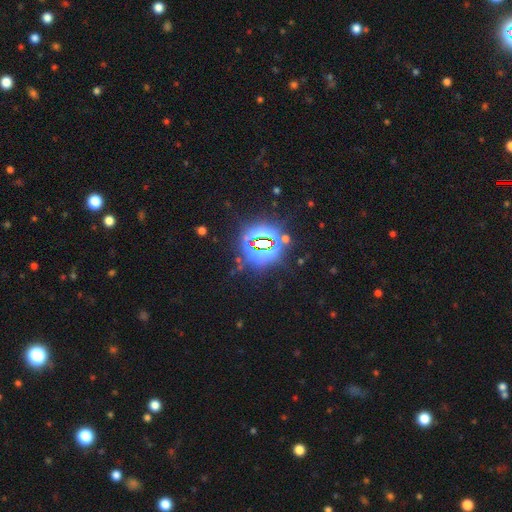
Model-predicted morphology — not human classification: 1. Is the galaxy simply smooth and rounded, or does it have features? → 84% star or artifact, 9% smooth, 7% featured or disk.